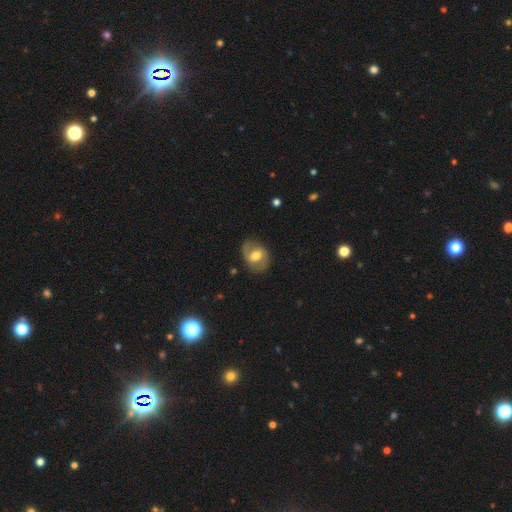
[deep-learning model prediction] This is possibly a featured or disk galaxy (56%). It is clearly not viewed edge-on (95%). Bar: possibly weak (47%). Spiral arm pattern: likely yes (70%). Central bulge: likely moderate (68%). Merging: likely none (75%).